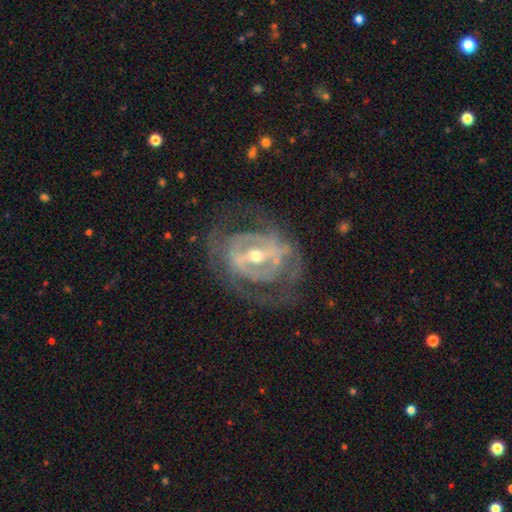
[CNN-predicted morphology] type=featured or disk (86%); edge-on=no (94%); bar=strong (56%); spiral arms=yes (74%); winding=tight (50%); arm count=2 (39%); bulge=moderate (57%); merging=none (63%).